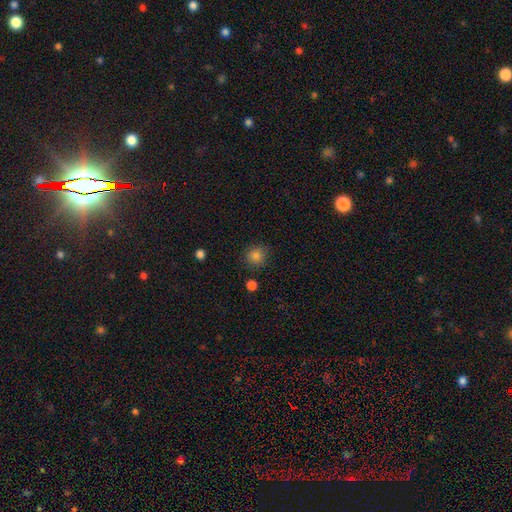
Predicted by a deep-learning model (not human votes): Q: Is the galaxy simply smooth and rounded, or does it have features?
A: smooth — 84%.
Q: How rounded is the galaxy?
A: round — 88%.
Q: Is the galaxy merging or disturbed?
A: none — 83%.